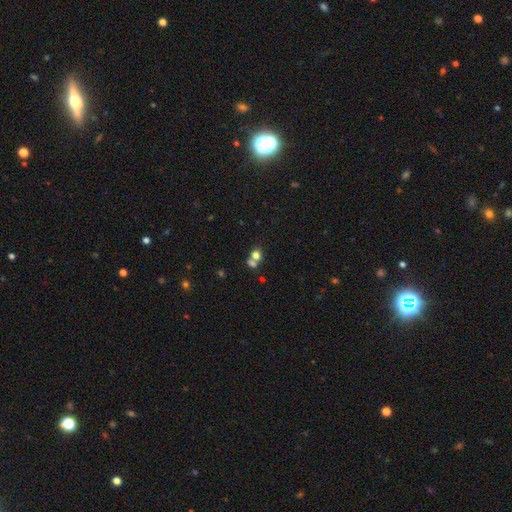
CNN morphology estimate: A smooth galaxy with no disk features (72%) that is round (67%). Merging: merger (51%).